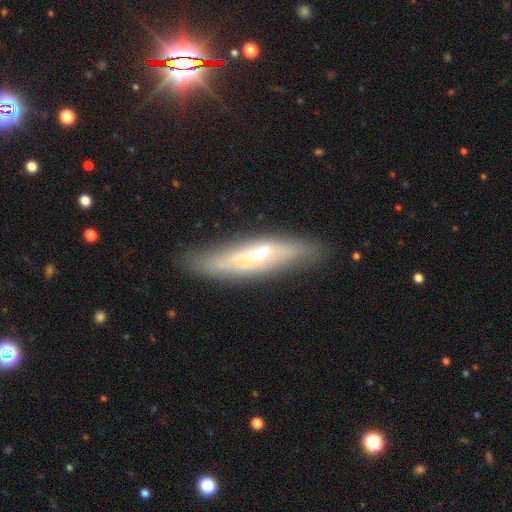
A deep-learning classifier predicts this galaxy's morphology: A featured or disk galaxy (53%) viewed edge-on (56%).

Vote fractions:
- Smooth or featured? featured or disk: 53% / smooth: 39% / star or artifact: 8%
- Edge-on disk? yes: 56% / no: 44%
- Merging? none: 73% / minor disturbance: 18% / major disturbance: 7% / merger: 3%